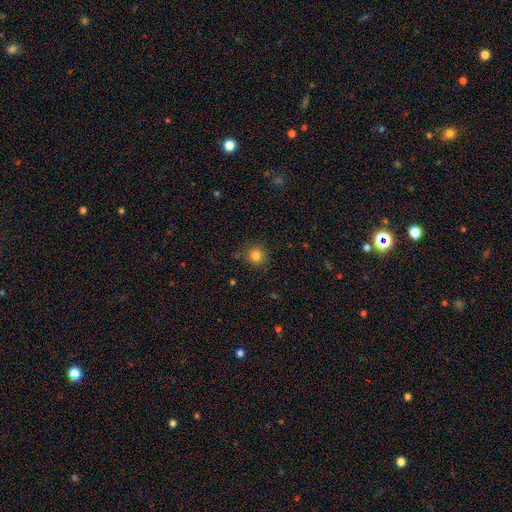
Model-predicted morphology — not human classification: Smooth or featured?
  - smooth: 82% *
  - star or artifact: 12%
  - featured or disk: 5%
How rounded?
  - round: 89% *
  - in between: 10%
  - cigar-shaped: 1%
Merging?
  - none: 83% *
  - minor disturbance: 12%
  - major disturbance: 3%
  - merger: 2%